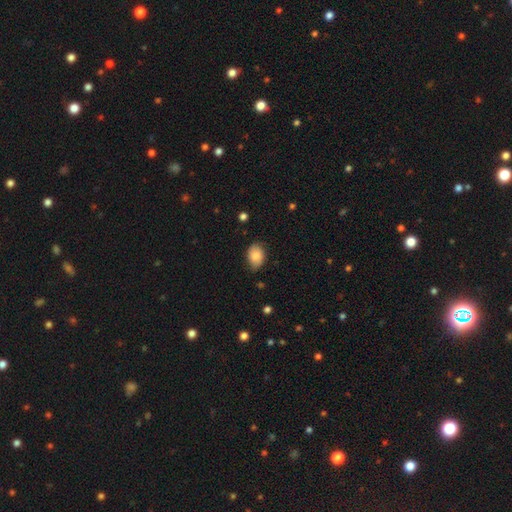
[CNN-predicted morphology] A smooth galaxy with no disk features (81%) that is in between round and cigar-shaped (81%).

Vote fractions:
- Smooth or featured? smooth: 81% / featured or disk: 12% / star or artifact: 7%
- How rounded? in between: 81% / round: 18% / cigar-shaped: 1%
- Merging? none: 73% / minor disturbance: 22% / major disturbance: 3% / merger: 1%